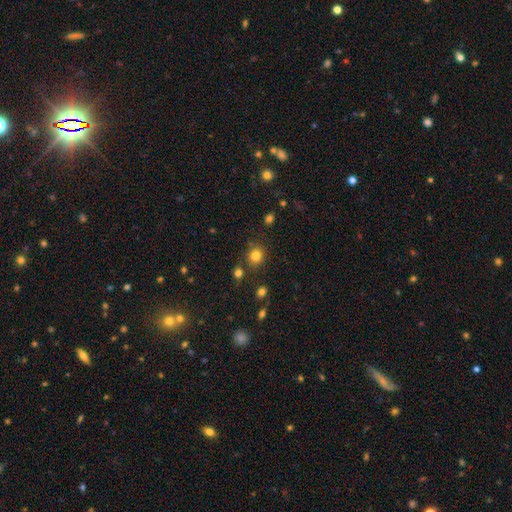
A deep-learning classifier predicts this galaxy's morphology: Smooth or featured? smooth (81%)
How rounded? round (79%)
Merging? none (80%)